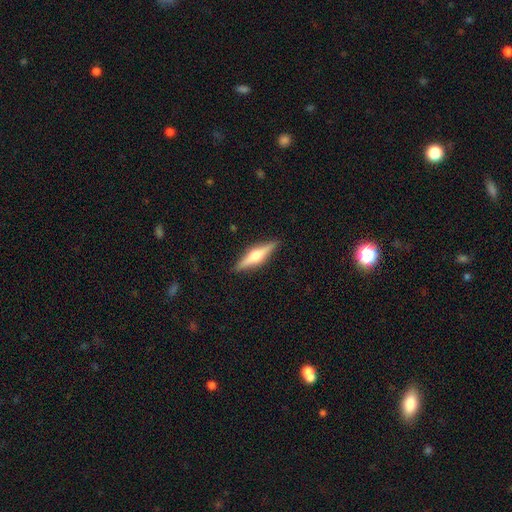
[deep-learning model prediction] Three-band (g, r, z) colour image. It shows a featured or disk galaxy (66%) viewed edge-on (97%) with a rounded central bulge (93%). Merging: none (90%).